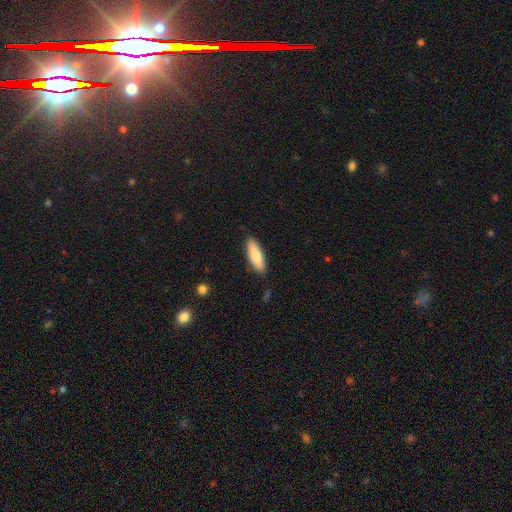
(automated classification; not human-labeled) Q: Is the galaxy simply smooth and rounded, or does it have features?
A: smooth — 84%.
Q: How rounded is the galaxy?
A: cigar-shaped — 51%.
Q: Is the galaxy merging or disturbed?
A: none — 87%.